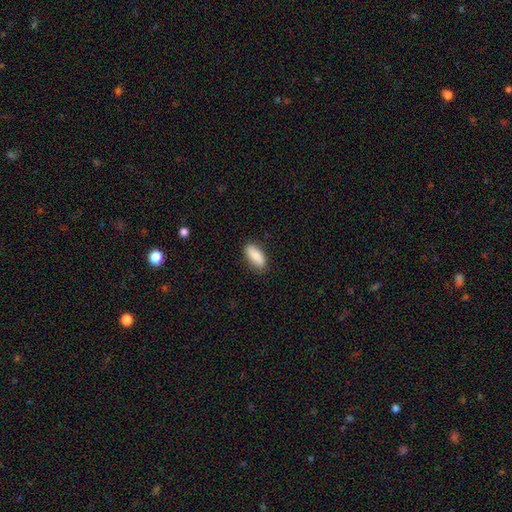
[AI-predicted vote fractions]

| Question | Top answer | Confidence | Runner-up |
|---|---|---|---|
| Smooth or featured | smooth | 88% | featured or disk (6%) |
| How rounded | in between | 79% | cigar-shaped (19%) |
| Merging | none | 85% | minor disturbance (11%) |